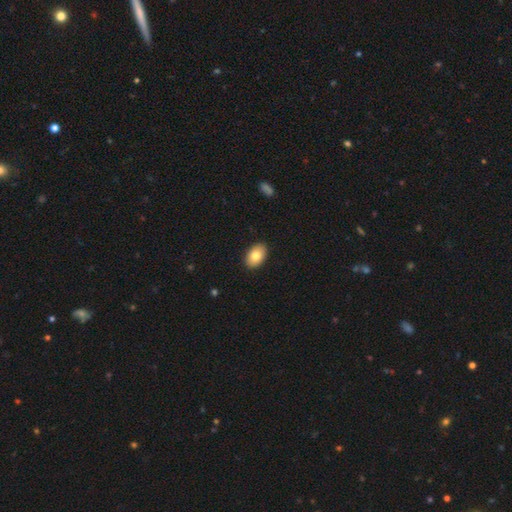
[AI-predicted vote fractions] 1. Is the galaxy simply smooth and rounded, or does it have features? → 81% smooth, 12% featured or disk, 7% star or artifact.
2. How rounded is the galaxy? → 89% in between, 10% round, 1% cigar-shaped.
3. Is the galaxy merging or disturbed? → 89% none, 8% minor disturbance, 2% major disturbance, 1% merger.